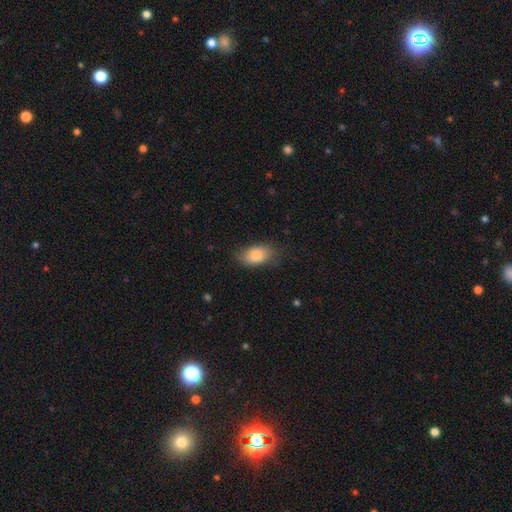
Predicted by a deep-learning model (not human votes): A smooth galaxy with no disk features (83%) that is in between round and cigar-shaped (91%).

Vote fractions:
- Smooth or featured? smooth: 83% / featured or disk: 10% / star or artifact: 7%
- How rounded? in between: 91% / round: 6% / cigar-shaped: 3%
- Merging? none: 74% / minor disturbance: 20% / major disturbance: 5% / merger: 1%